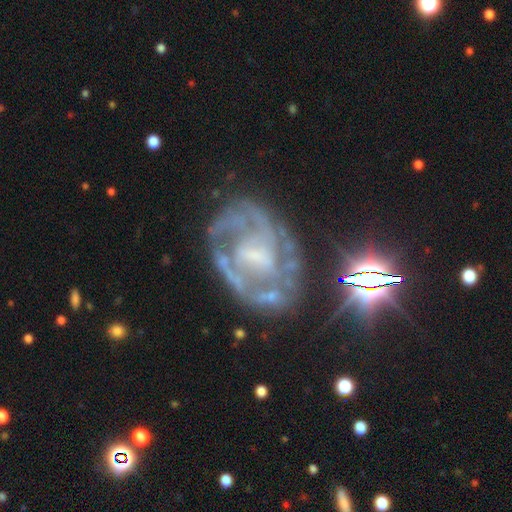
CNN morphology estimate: smooth_or_featured: featured or disk (p=0.82) [alt: star or artifact p=0.10]
disk_edge_on: no (p=0.97) [alt: yes p=0.03]
bar: weak (p=0.43) [alt: no p=0.38]
has_spiral_arms: yes (p=0.83) [alt: no p=0.17]
spiral_winding: tight (p=0.50) [alt: medium p=0.38]
spiral_arm_count: 2 (p=0.38) [alt: can't tell p=0.35]
bulge_size: small (p=0.34) [alt: none p=0.32]
merging: none (p=0.60) [alt: minor disturbance p=0.21]